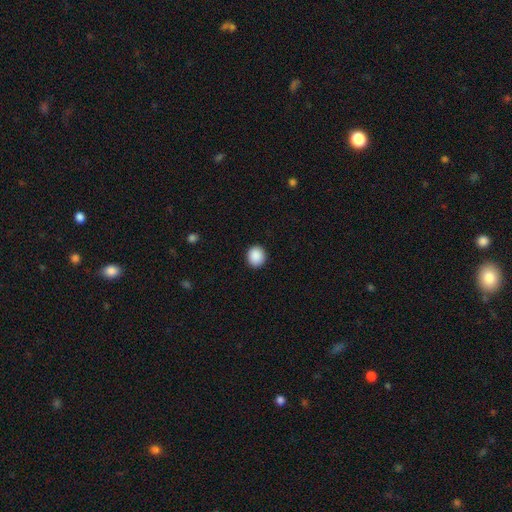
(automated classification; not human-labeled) This appears to be a smooth galaxy with no disk features (89%) that is round (85%). Merging: none (92%).